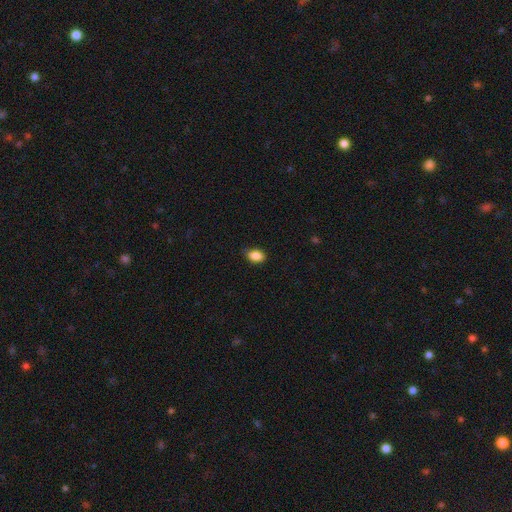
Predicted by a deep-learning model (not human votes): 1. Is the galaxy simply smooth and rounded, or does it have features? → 88% smooth, 9% star or artifact, 4% featured or disk.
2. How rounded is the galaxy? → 81% in between, 18% round, 1% cigar-shaped.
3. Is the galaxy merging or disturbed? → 79% none, 18% minor disturbance, 3% major disturbance, 1% merger.